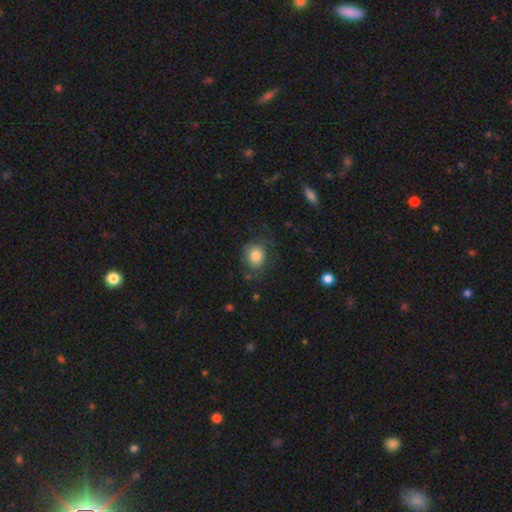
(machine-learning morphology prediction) smooth 82%, featured or disk 10%, star or artifact 8%. Down the decision tree: how rounded — round (65%); merging — none (64%).